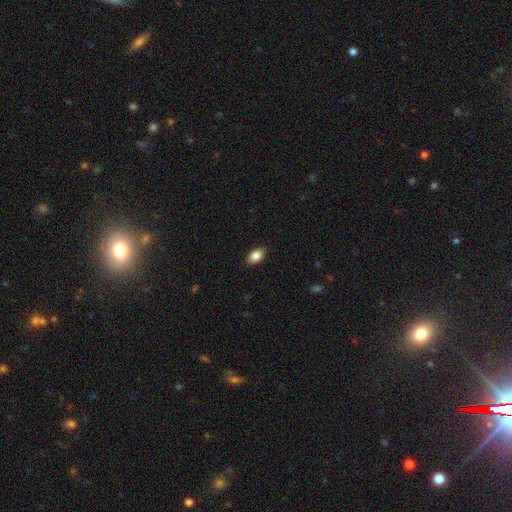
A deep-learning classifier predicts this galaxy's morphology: Smooth or featured?
  - smooth: 87% *
  - star or artifact: 7%
  - featured or disk: 5%
How rounded?
  - in between: 92% *
  - round: 6%
  - cigar-shaped: 2%
Merging?
  - none: 89% *
  - minor disturbance: 8%
  - major disturbance: 2%
  - merger: 1%